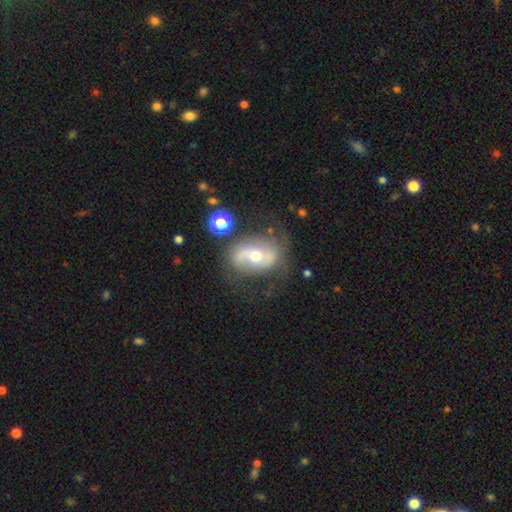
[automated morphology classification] Smooth or featured: featured or disk — 68% (smooth — 23%)
Edge-on disk: no — 95% (yes — 5%)
Bar: no — 39% (weak — 32%)
Spiral arms: yes — 73% (no — 27%)
Bulge size: moderate — 61% (small — 33%)
Merging: none — 59% (minor disturbance — 21%)